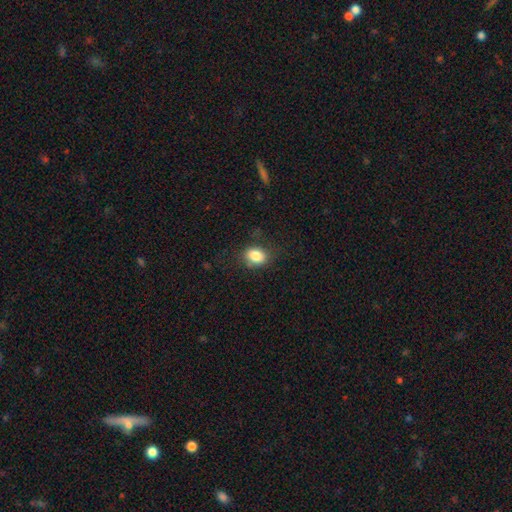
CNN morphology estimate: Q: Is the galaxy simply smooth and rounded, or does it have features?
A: smooth — 84%.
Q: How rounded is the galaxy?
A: in between — 59%.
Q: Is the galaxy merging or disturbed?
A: none — 74%.